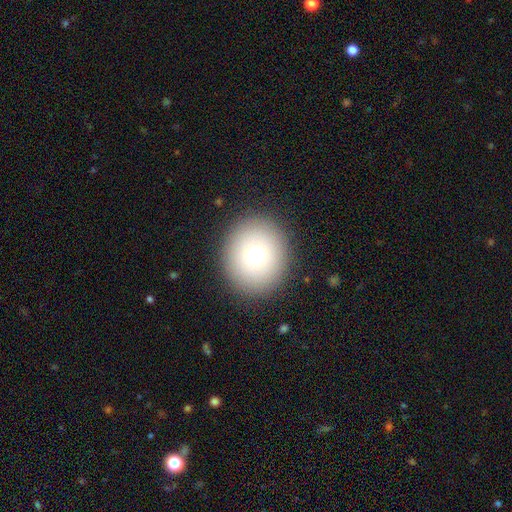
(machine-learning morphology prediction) The model was most divided on "how rounded": round: 77%, in between: 22%, cigar-shaped: 1%. More confident: merging — none (88%); smooth or featured — smooth (71%).